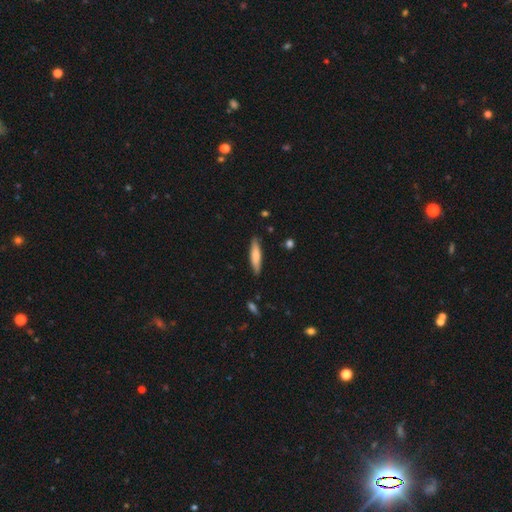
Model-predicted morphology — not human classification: The model was most divided on "smooth or featured": smooth: 76%, featured or disk: 19%, star or artifact: 6%. More confident: merging — none (85%); how rounded — cigar-shaped (79%).